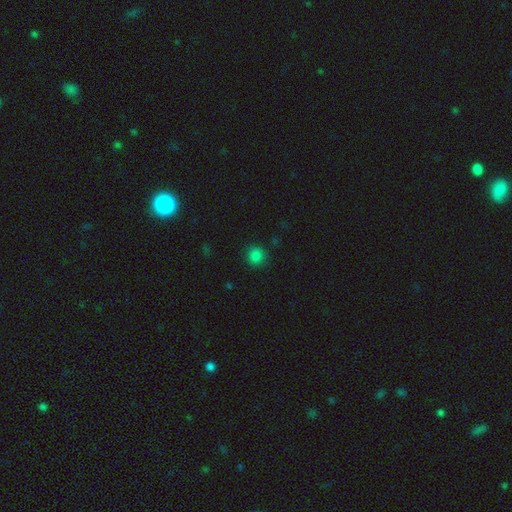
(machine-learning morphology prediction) Overall: smooth (82%). How rounded: round (92%). Merging: none (89%).